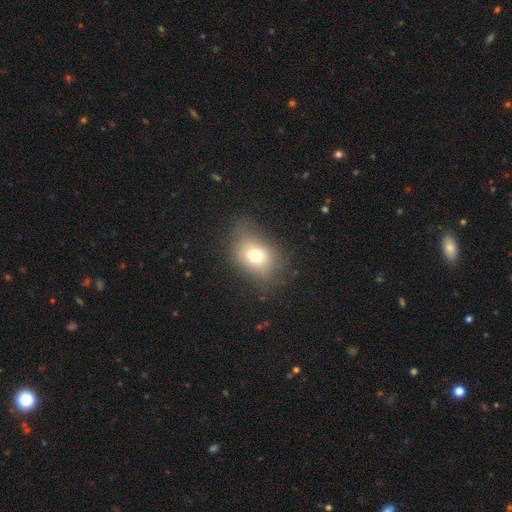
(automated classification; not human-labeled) Smooth or featured?
  - smooth: 70% *
  - featured or disk: 16%
  - star or artifact: 14%
How rounded?
  - in between: 63% *
  - round: 35%
  - cigar-shaped: 1%
Merging?
  - none: 66% *
  - minor disturbance: 22%
  - major disturbance: 11%
  - merger: 2%